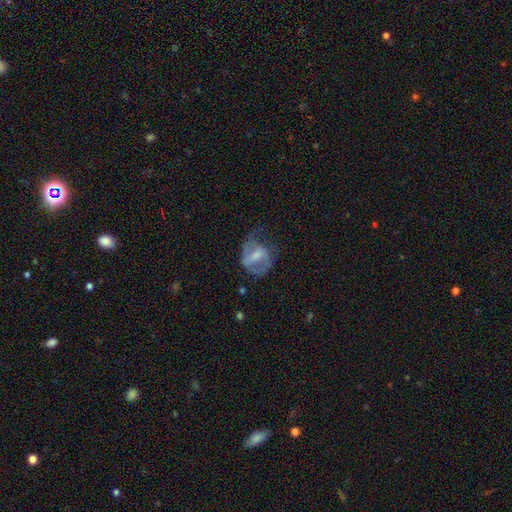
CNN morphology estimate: type=featured or disk (63%); edge-on=no (96%); bar=weak (45%); spiral arms=yes (72%); bulge=moderate (39%); merging=none (41%).